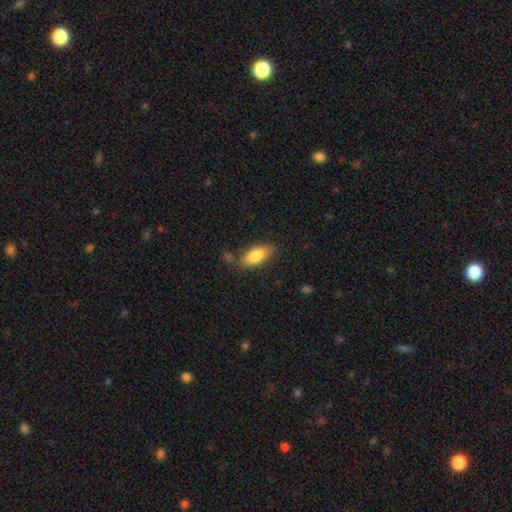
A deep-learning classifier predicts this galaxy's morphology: smooth_or_featured: smooth (p=0.83) [alt: featured or disk p=0.11]
how_rounded: in between (p=0.80) [alt: cigar-shaped p=0.18]
merging: none (p=0.76) [alt: minor disturbance p=0.15]